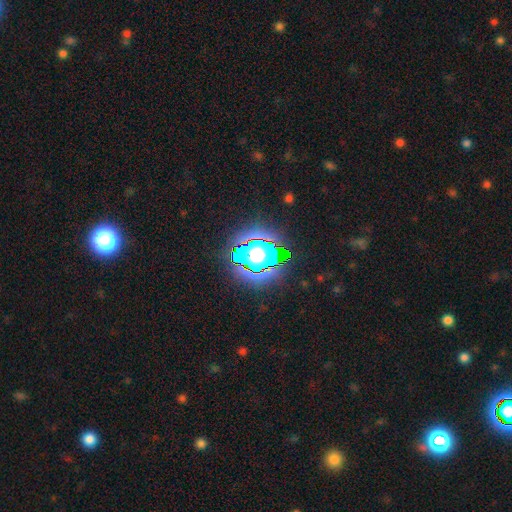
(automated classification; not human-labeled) A star or artifact, not a galaxy (57%).

Vote fractions:
- Smooth or featured? star or artifact: 57% / smooth: 28% / featured or disk: 15%